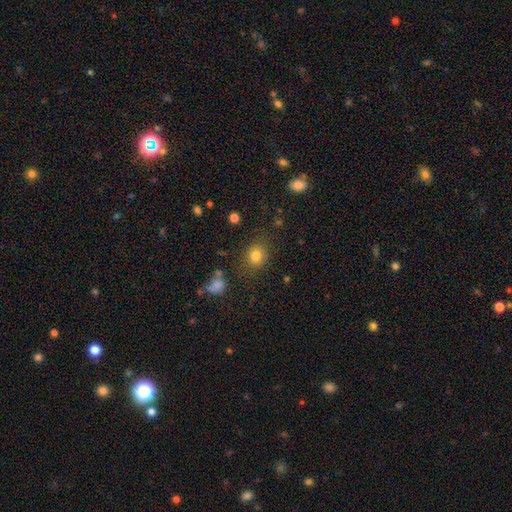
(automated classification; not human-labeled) Overall: smooth (80%). How rounded: round (69%; in between 30%). Merging: none (81%).